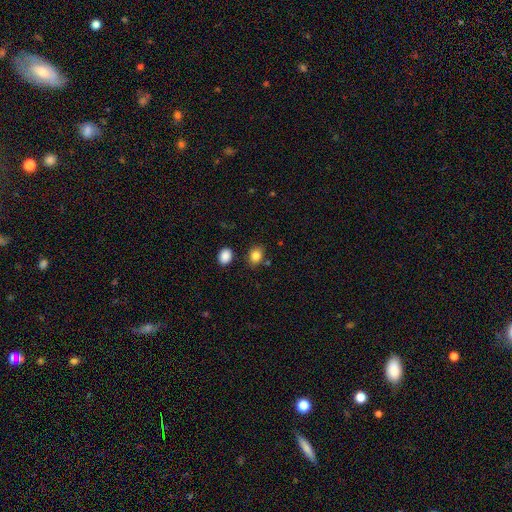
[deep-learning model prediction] A smooth galaxy with no disk features (85%) that is in between round and cigar-shaped (52%).

Vote fractions:
- Smooth or featured? smooth: 85% / star or artifact: 10% / featured or disk: 5%
- How rounded? in between: 52% / round: 47% / cigar-shaped: 1%
- Merging? none: 79% / minor disturbance: 11% / merger: 6% / major disturbance: 3%